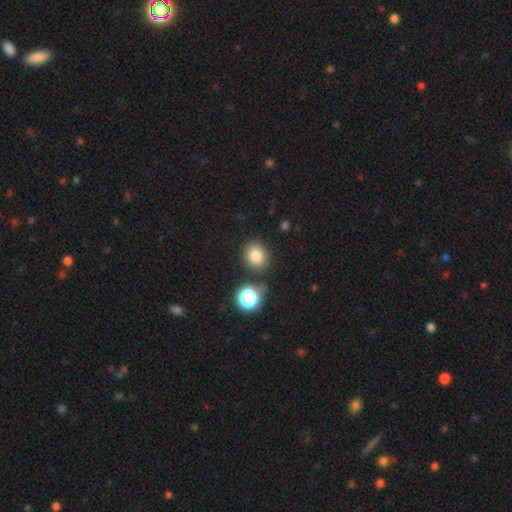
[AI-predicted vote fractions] This is clearly a smooth galaxy (81%). How rounded: likely round (68%). Merging: clearly none (80%).